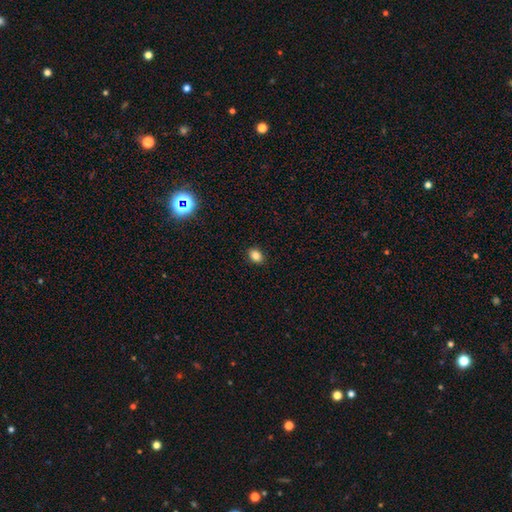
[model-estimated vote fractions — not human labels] Q: Smooth or featured?
A: smooth (84%); runner-up: star or artifact (10%)
Q: How rounded?
A: in between (70%); runner-up: round (29%)
Q: Merging?
A: none (89%); runner-up: minor disturbance (8%)